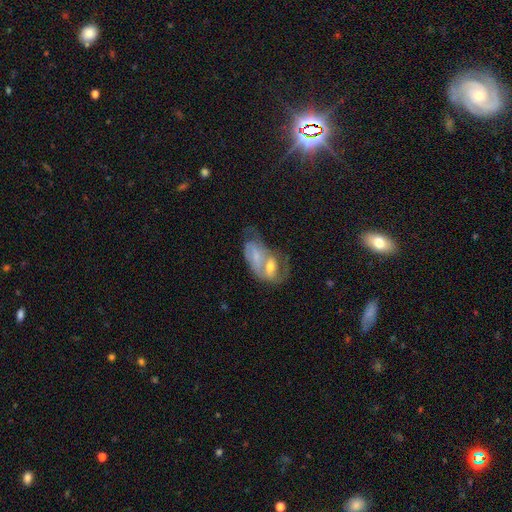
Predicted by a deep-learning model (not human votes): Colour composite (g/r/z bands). It shows a featured or disk galaxy (54%) with no bar (44%), spiral arms (60%) and a moderate central bulge (43%). Merging: merger (65%).